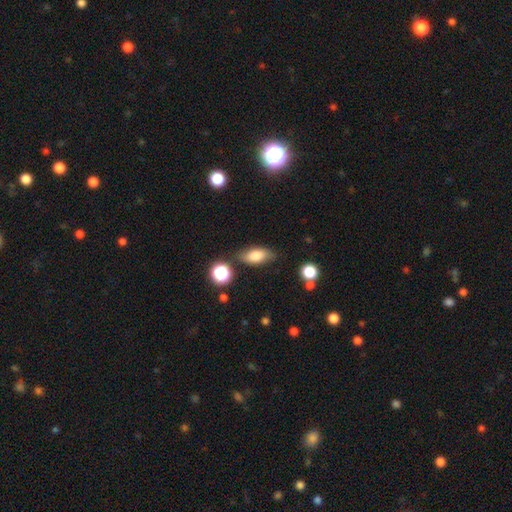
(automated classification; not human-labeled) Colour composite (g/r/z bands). It shows a smooth galaxy with no disk features (77%) that is in between round and cigar-shaped (83%). Merging: none (77%).